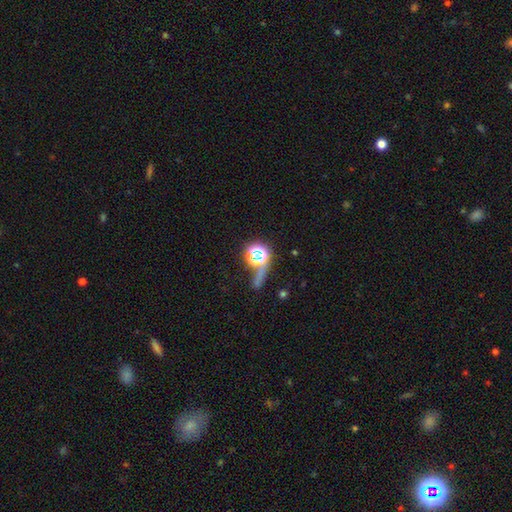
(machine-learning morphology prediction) Smooth or featured: star or artifact — 50% (smooth — 36%)